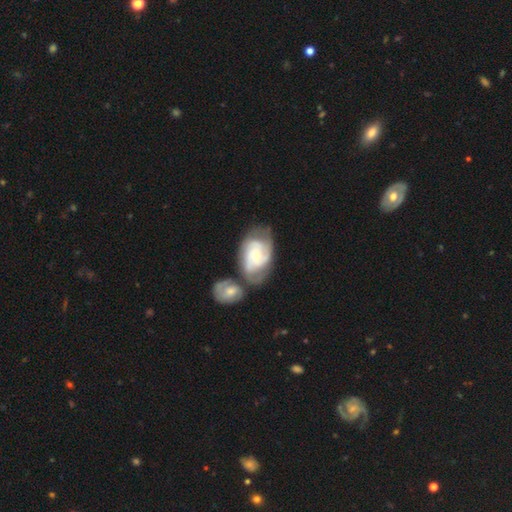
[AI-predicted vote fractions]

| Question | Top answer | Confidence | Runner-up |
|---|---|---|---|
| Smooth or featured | featured or disk | 79% | smooth (16%) |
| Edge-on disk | no | 96% | yes (4%) |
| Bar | no | 61% | weak (32%) |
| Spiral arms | yes | 94% | no (6%) |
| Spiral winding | tight | 48% | medium (41%) |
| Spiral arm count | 2 | 39% | 3 (26%) |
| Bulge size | small | 54% | moderate (42%) |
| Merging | none | 37% | merger (36%) |